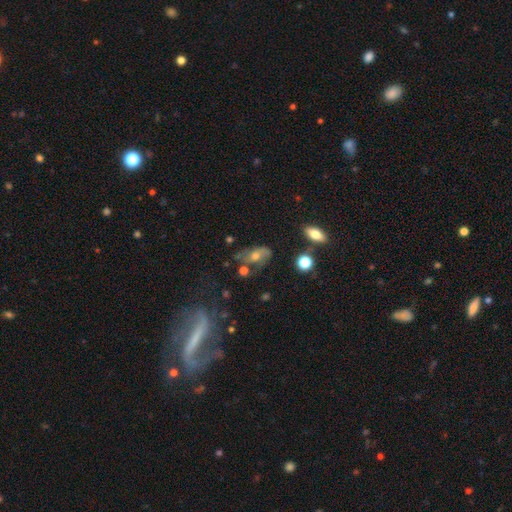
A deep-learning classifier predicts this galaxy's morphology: type=smooth (46%); merging=none (42%).